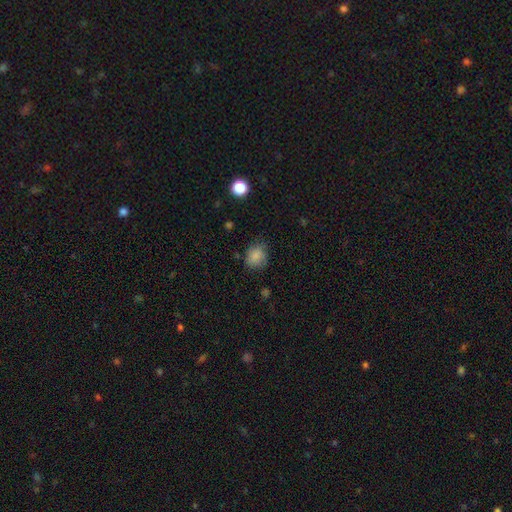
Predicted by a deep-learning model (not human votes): Overall: smooth (84%). How rounded: round (62%; in between 37%). Merging: none (69%).